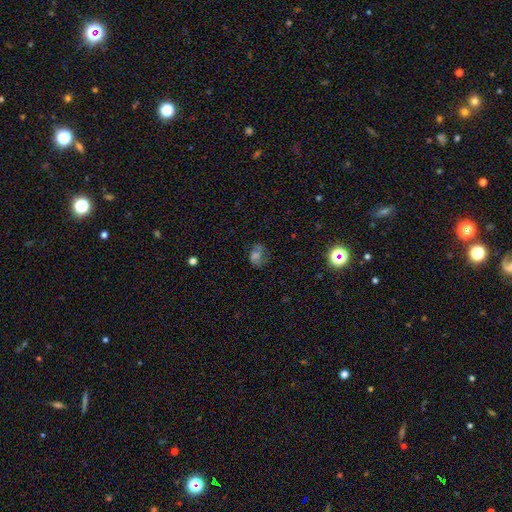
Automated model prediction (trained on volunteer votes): Smooth or featured: smooth — 39% (featured or disk — 37%)
Merging: none — 55% (minor disturbance — 23%)